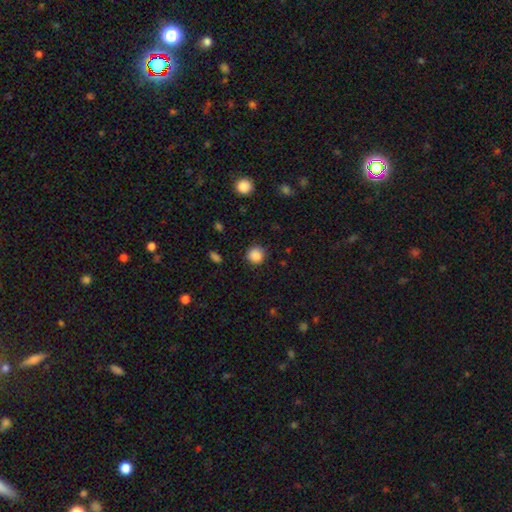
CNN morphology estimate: Overall: smooth (87%). How rounded: round (92%). Merging: none (89%).